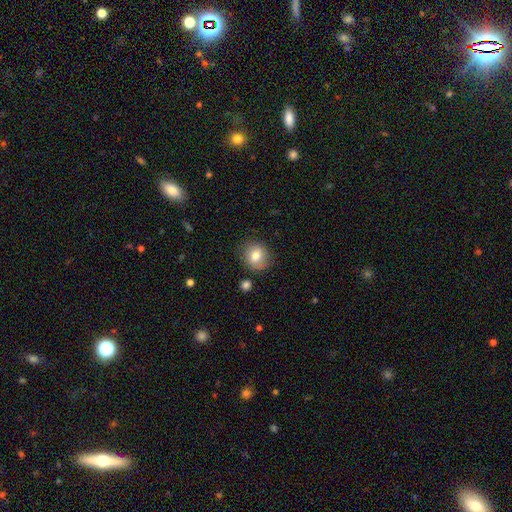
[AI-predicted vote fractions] A smooth galaxy with no disk features (77%) that is round (79%).

Vote fractions:
- Smooth or featured? smooth: 77% / featured or disk: 14% / star or artifact: 9%
- How rounded? round: 79% / in between: 20% / cigar-shaped: 1%
- Merging? none: 81% / minor disturbance: 13% / major disturbance: 3% / merger: 3%